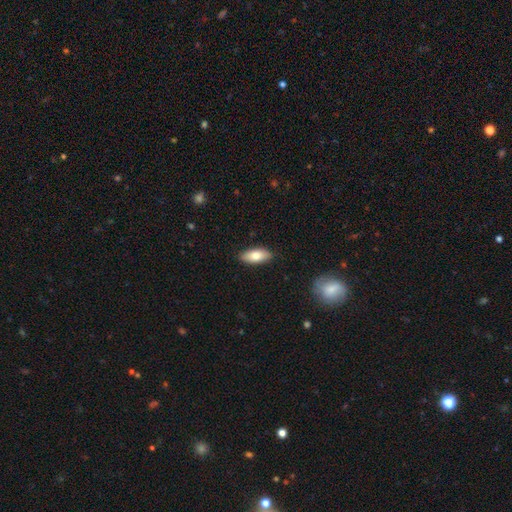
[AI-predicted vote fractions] smooth-or-featured: smooth: 78% | featured or disk: 16% | star or artifact: 6%
  how-rounded: in between: 84% | cigar-shaped: 14% | round: 2%
  merging: none: 88% | minor disturbance: 9% | major disturbance: 2% | merger: 1%